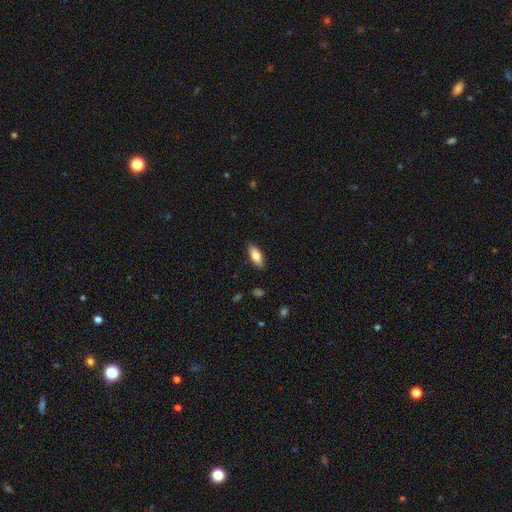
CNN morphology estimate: Smooth or featured? smooth (75%)
How rounded? in between (75%)
Merging? none (87%)